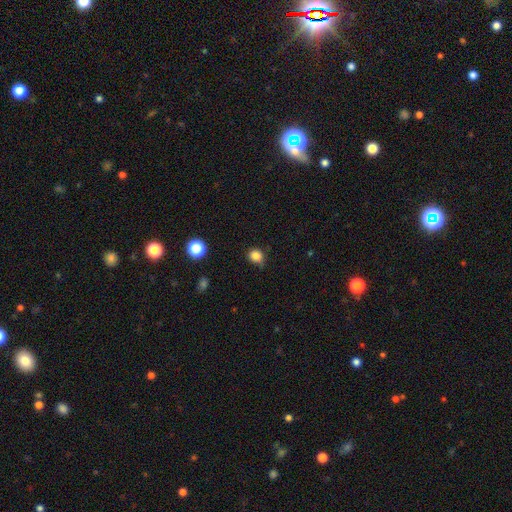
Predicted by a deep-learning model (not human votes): Morphology: type=smooth (84%); roundness=round (74%); merging=none (64%).